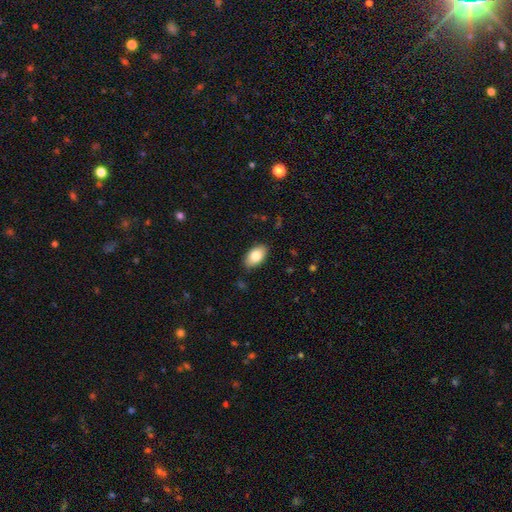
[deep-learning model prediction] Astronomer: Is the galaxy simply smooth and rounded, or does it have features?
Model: smooth — 81%.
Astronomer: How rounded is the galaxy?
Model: in between — 93%.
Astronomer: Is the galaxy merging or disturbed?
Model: none — 86%.